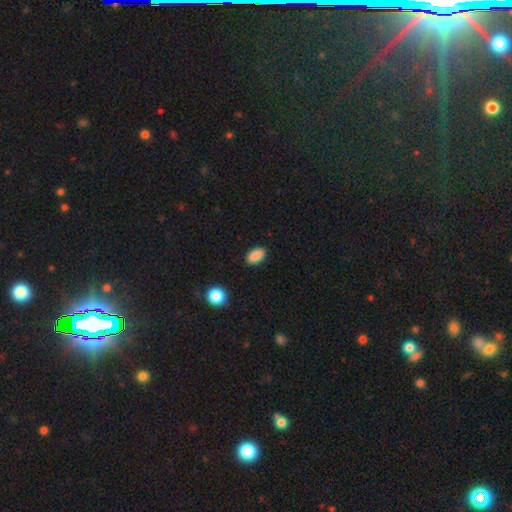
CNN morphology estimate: Smooth or featured: smooth — 89% (star or artifact — 8%)
How rounded: in between — 91% (round — 7%)
Merging: none — 88% (minor disturbance — 9%)